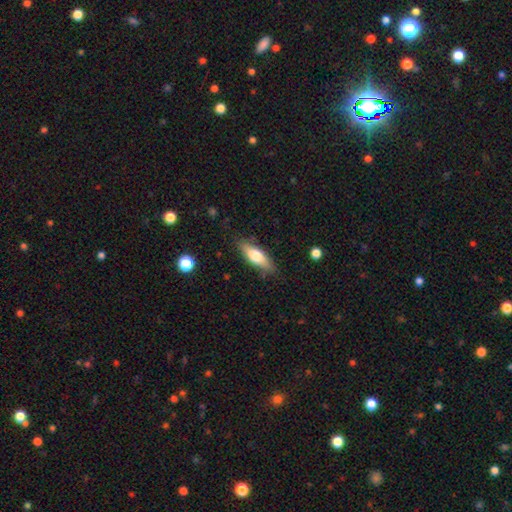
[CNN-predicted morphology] smooth 65%, featured or disk 29%, star or artifact 6%. Down the decision tree: how rounded — in between (58%); merging — none (81%).